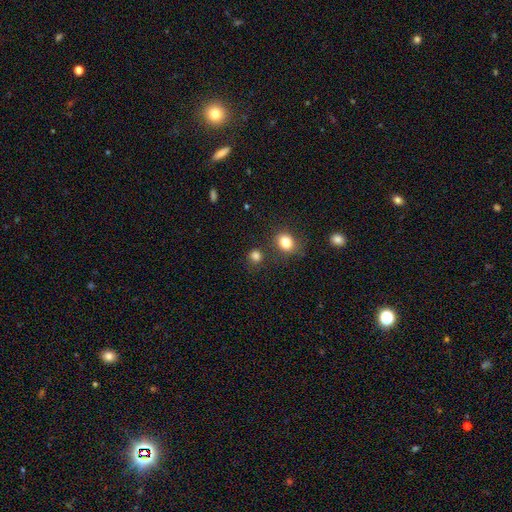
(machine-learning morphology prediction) Overall: smooth (81%). How rounded: round (81%). Merging: none (77%).